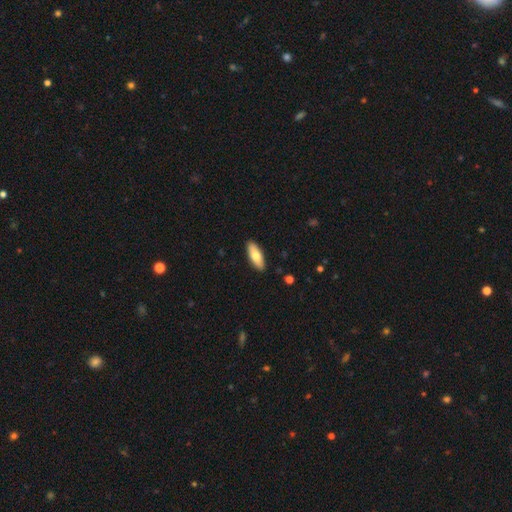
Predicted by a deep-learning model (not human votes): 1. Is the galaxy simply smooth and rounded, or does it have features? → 72% smooth, 22% featured or disk, 6% star or artifact.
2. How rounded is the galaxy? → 66% in between, 32% cigar-shaped, 2% round.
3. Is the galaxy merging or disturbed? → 90% none, 7% minor disturbance, 2% major disturbance, 1% merger.